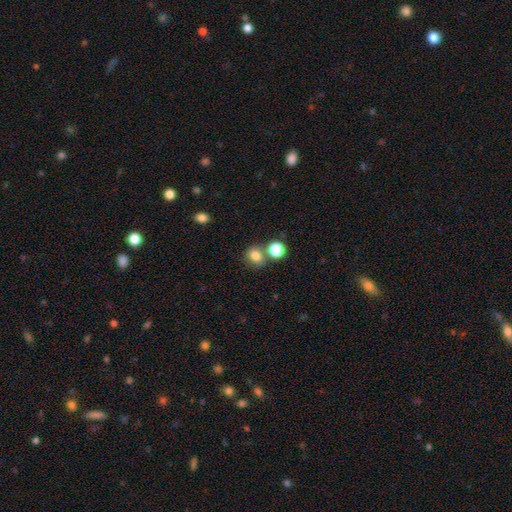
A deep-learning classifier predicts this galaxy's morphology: Overall: smooth (80%). How rounded: round (64%; in between 35%). Merging: none (58%; merger 26%).